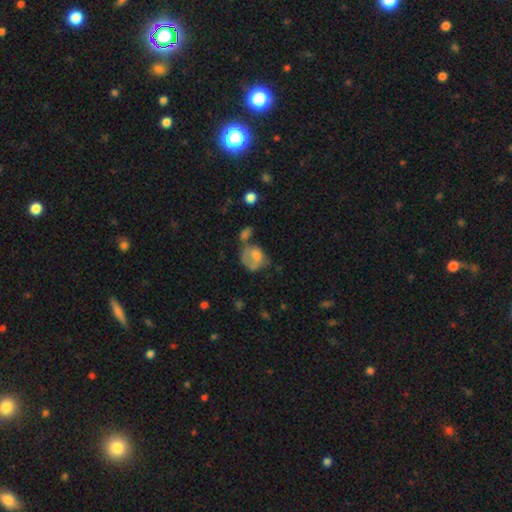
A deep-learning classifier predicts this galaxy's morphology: smooth-or-featured: smooth: 55% | featured or disk: 35% | star or artifact: 10%
  how-rounded: round: 53% | in between: 46% | cigar-shaped: 1%
  merging: none: 28% | major disturbance: 27% | merger: 23% | minor disturbance: 22%